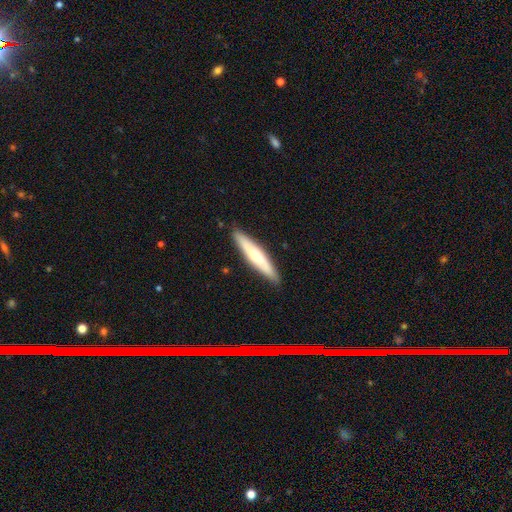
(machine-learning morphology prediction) smooth_or_featured: smooth (p=0.54) [alt: featured or disk p=0.41]
how_rounded: cigar-shaped (p=0.89) [alt: in between p=0.10]
merging: none (p=0.89) [alt: minor disturbance p=0.09]